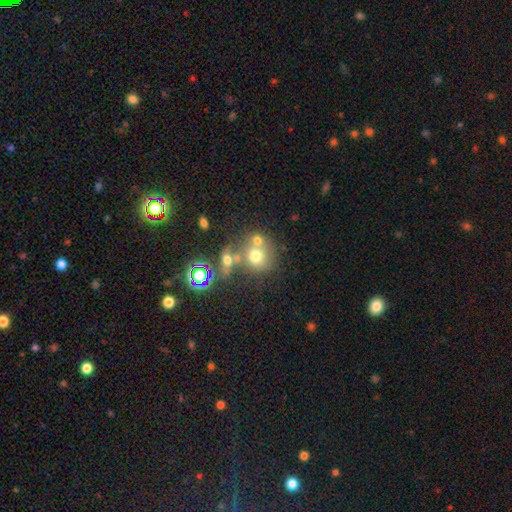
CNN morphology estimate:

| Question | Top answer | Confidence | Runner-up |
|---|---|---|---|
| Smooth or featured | smooth | 65% | featured or disk (18%) |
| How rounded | round | 80% | in between (19%) |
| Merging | merger | 42% | none (41%) |